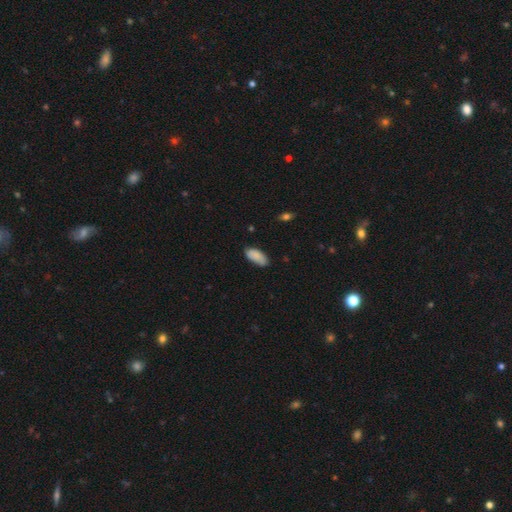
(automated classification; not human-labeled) A smooth galaxy with no disk features (86%) that is in between round and cigar-shaped (91%). Merging: none (73%).